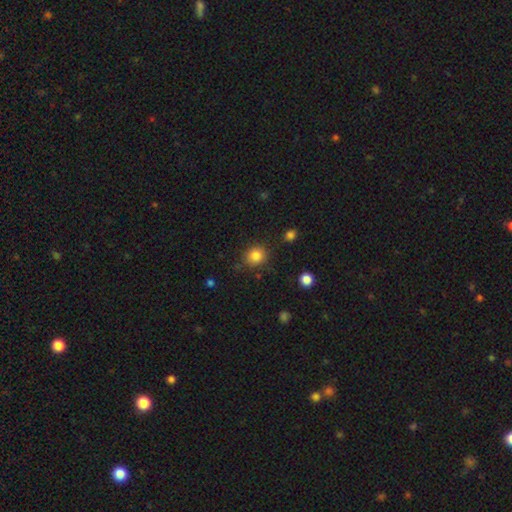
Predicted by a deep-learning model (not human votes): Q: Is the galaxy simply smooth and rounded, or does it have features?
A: smooth — 83%.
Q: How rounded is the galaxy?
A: round — 79%.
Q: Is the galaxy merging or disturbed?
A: none — 83%.